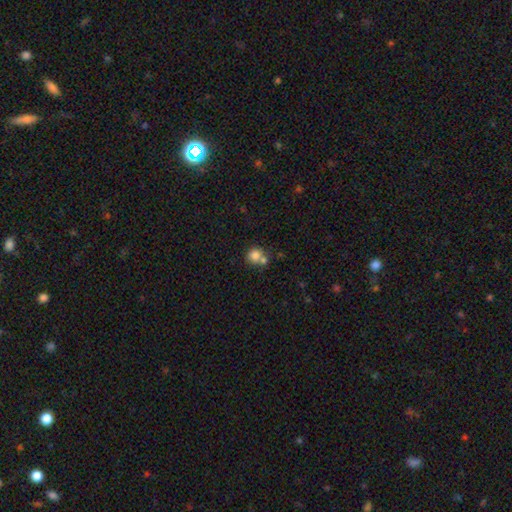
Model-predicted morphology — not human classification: Smooth or featured? Predicted: smooth (p=0.80). How rounded? Predicted: round (p=0.86). Merging? Predicted: none (p=0.49).